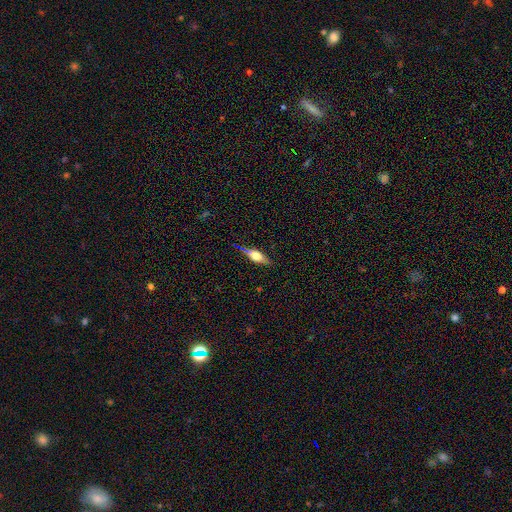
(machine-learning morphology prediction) This appears to be a featured or disk galaxy (62%) viewed edge-on (95%) with a rounded central bulge (92%). Merging: none (84%).